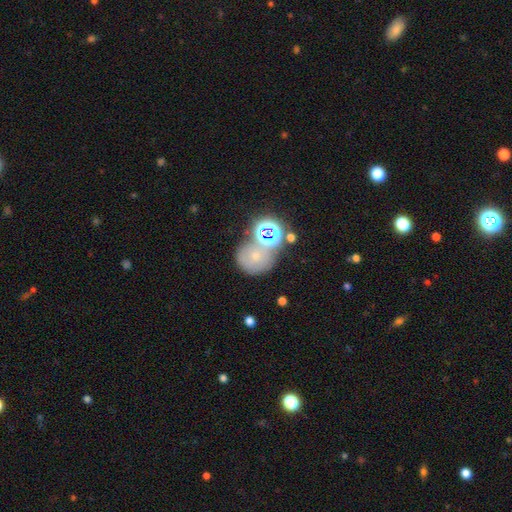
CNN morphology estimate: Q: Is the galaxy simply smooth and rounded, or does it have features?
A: smooth — 48%.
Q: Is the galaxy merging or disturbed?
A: none — 51%.